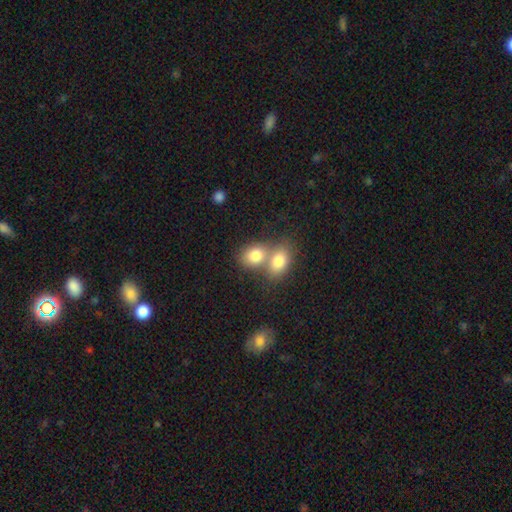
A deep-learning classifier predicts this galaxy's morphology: Q: Smooth or featured?
A: smooth (80%); runner-up: featured or disk (12%)
Q: How rounded?
A: in between (62%); runner-up: round (36%)
Q: Merging?
A: merger (62%); runner-up: none (28%)